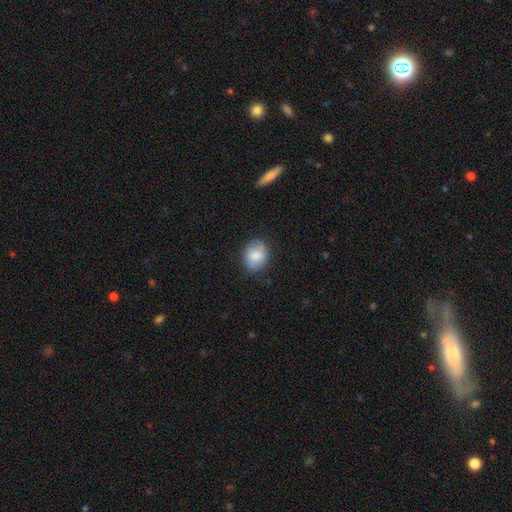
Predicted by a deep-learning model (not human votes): smooth_or_featured: smooth (p=0.81) [alt: featured or disk p=0.11]
how_rounded: round (p=0.60) [alt: in between p=0.39]
merging: none (p=0.77) [alt: minor disturbance p=0.18]